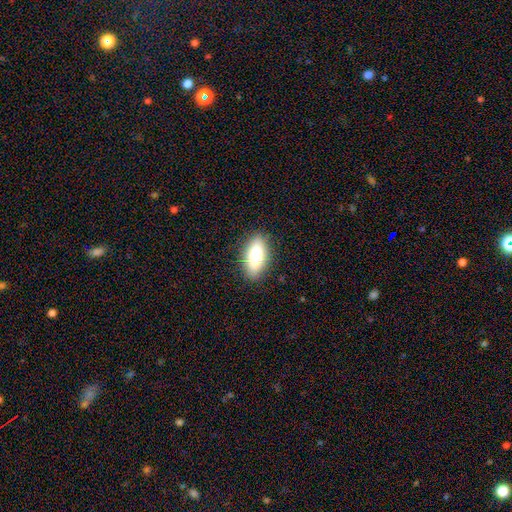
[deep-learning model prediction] smooth 76%, featured or disk 16%, star or artifact 7%. Down the decision tree: how rounded — in between (84%); merging — none (87%).